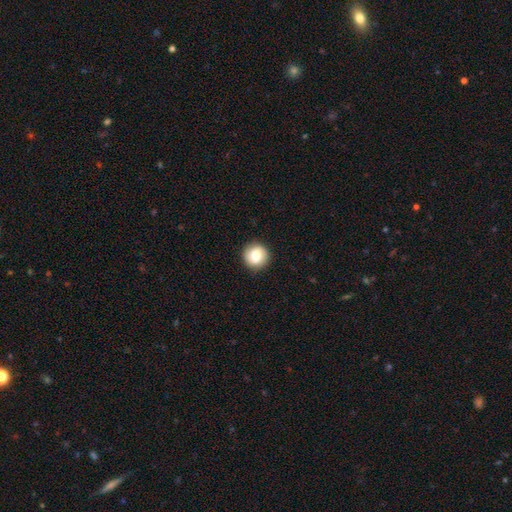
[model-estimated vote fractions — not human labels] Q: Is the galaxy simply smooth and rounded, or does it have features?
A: smooth — 82%.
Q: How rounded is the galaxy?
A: round — 92%.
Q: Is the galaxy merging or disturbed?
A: none — 88%.